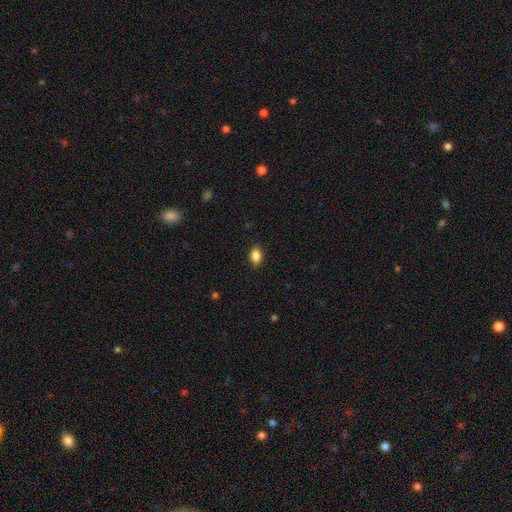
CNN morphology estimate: Smooth or featured? Predicted: smooth (p=0.87). How rounded? Predicted: in between (p=0.87). Merging? Predicted: none (p=0.88).